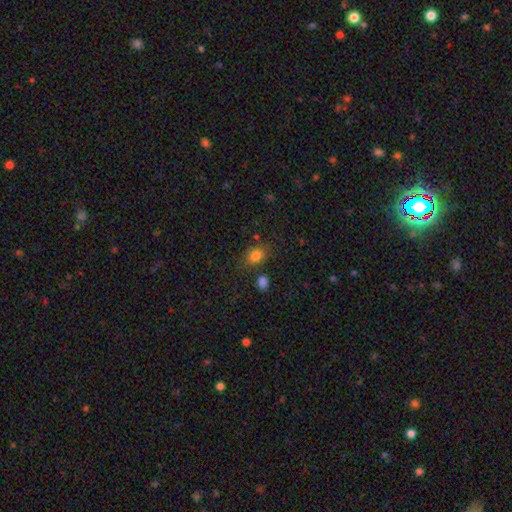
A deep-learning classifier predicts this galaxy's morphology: A smooth galaxy with no disk features (81%) that is in between round and cigar-shaped (64%).

Vote fractions:
- Smooth or featured? smooth: 81% / star or artifact: 12% / featured or disk: 7%
- How rounded? in between: 64% / round: 35% / cigar-shaped: 2%
- Merging? none: 71% / minor disturbance: 16% / merger: 8% / major disturbance: 5%